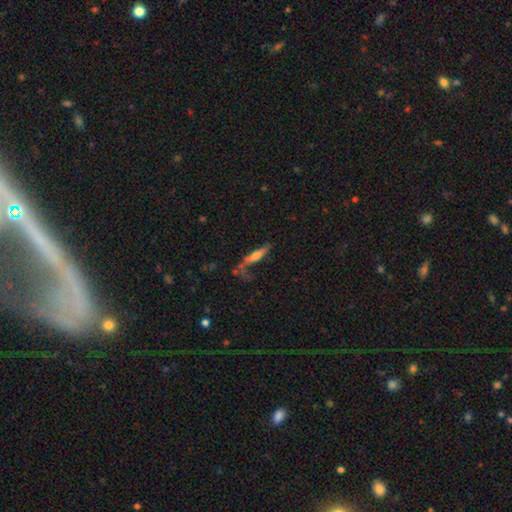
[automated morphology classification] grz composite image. It shows a smooth galaxy with no disk features (54%) that is cigar-shaped (76%). Merging: none (40%).